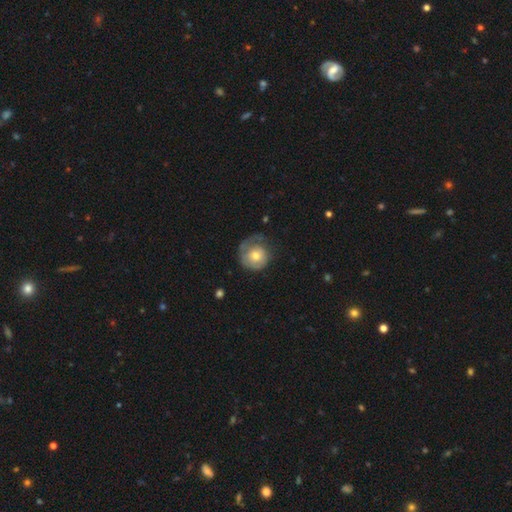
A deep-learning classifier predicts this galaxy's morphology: A smooth galaxy with no disk features (54%) that is round (87%).

Vote fractions:
- Smooth or featured? smooth: 54% / featured or disk: 39% / star or artifact: 7%
- How rounded? round: 87% / in between: 12% / cigar-shaped: 1%
- Merging? none: 47% / minor disturbance: 26% / major disturbance: 25% / merger: 2%